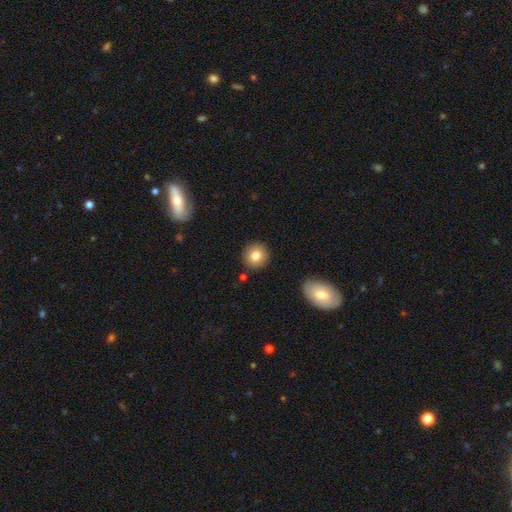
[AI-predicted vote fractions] Morphology: type=smooth (80%); roundness=round (92%); merging=none (89%).